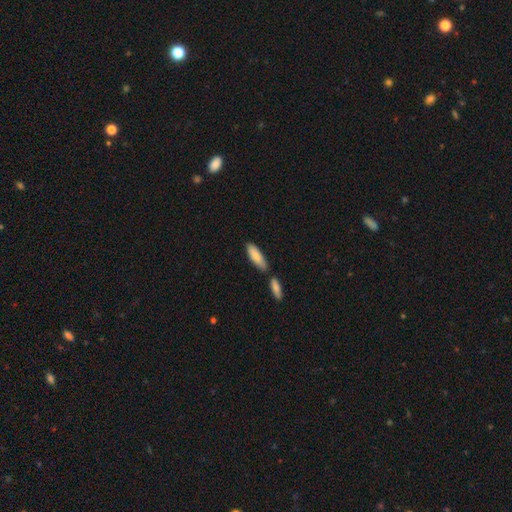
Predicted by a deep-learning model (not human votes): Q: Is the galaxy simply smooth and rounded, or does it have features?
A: smooth — 84%.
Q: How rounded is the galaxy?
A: in between — 53%.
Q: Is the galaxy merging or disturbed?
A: none — 66%.